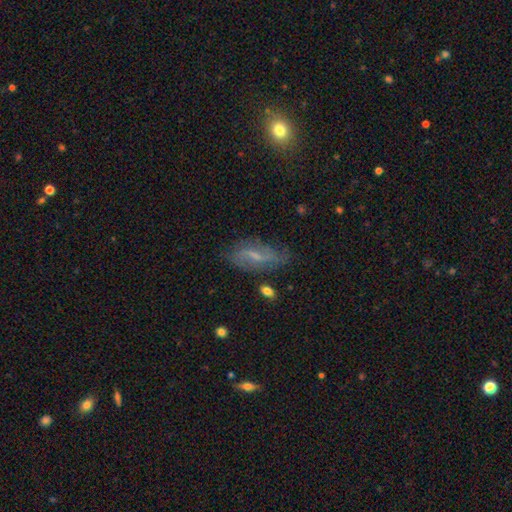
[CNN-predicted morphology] This appears to be a featured or disk galaxy (60%) with a weak bar (51%), spiral arms (82%) and a small central bulge (55%). Merging: none (69%).